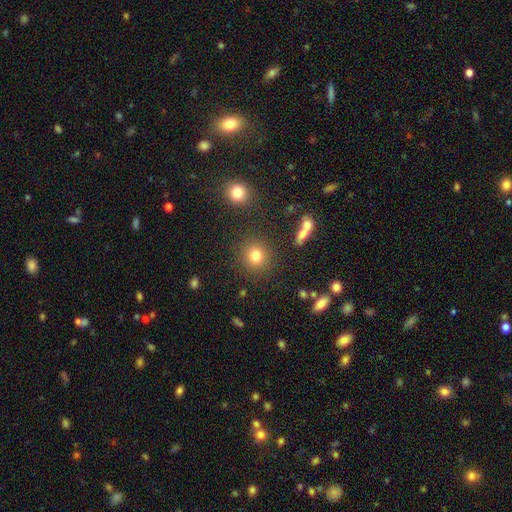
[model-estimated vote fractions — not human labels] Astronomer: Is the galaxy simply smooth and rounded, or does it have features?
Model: smooth — 80%.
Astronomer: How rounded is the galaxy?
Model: round — 89%.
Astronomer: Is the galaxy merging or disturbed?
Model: none — 86%.